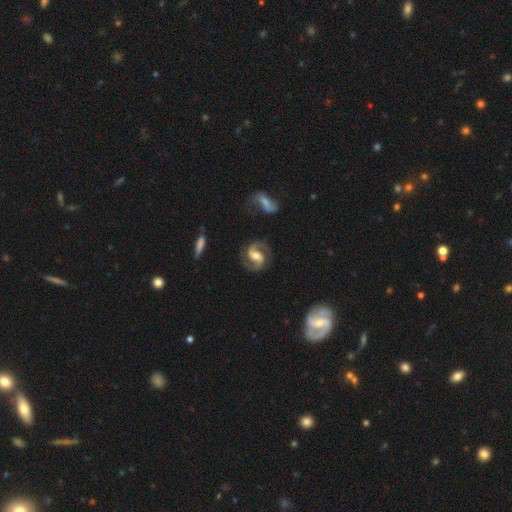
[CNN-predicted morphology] Overall: featured or disk (90%). Edge-on disk: no (98%). Bar: weak (45%; strong 29%). Spiral arms: yes (98%). Spiral arm count: 2 (94%). Spiral winding: medium (60%; loose 22%). Bulge size: moderate (64%). Merging: none (82%).